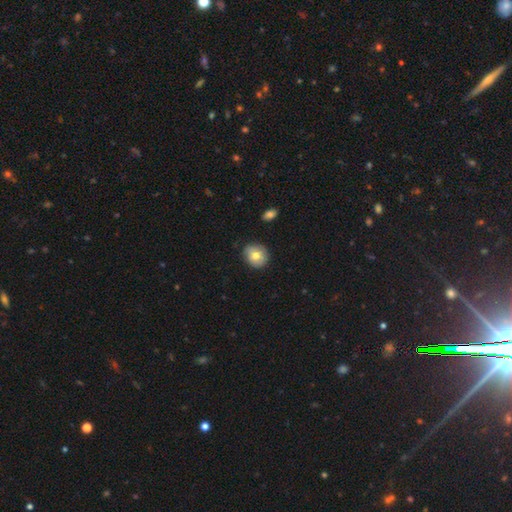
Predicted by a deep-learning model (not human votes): Smooth or featured: smooth — 73% (featured or disk — 18%)
How rounded: round — 75% (in between — 24%)
Merging: none — 80% (minor disturbance — 16%)